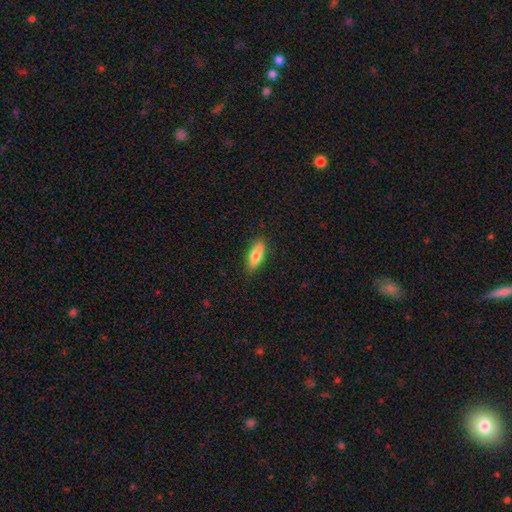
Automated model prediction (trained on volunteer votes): Morphology: type=smooth (73%); roundness=in between (55%); merging=none (86%).